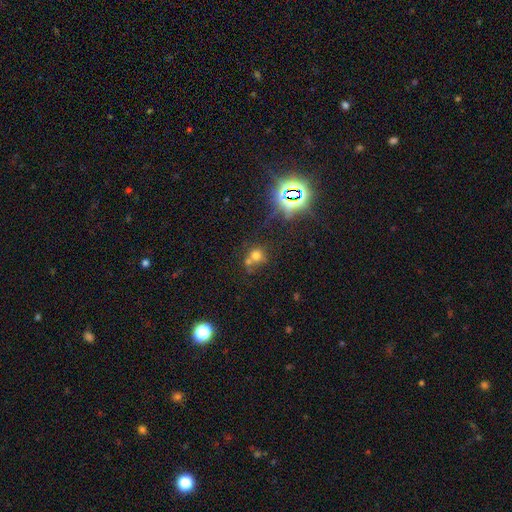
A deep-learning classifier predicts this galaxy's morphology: The model was most divided on "merging": none: 45%, merger: 37%, minor disturbance: 11%, major disturbance: 7%. More confident: how rounded — round (82%); smooth or featured — smooth (61%).